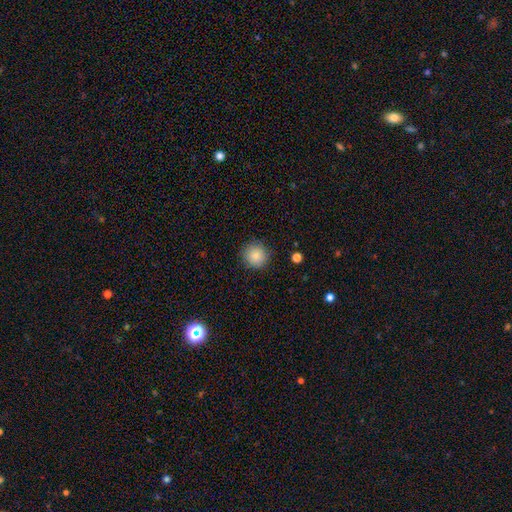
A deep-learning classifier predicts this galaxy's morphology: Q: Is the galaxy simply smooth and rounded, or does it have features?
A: smooth — 86%.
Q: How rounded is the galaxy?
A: round — 94%.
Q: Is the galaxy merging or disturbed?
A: none — 88%.